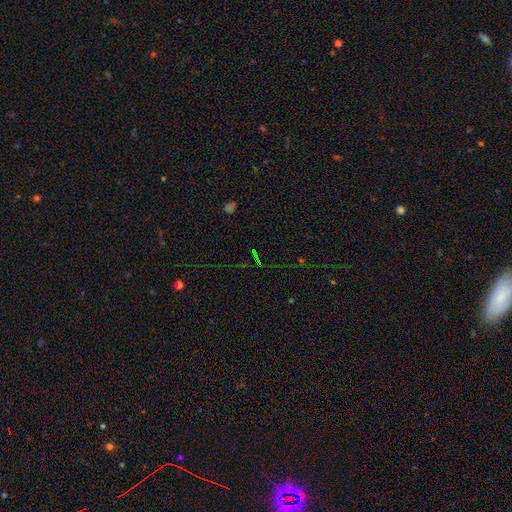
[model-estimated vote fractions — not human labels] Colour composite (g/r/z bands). It shows a star or artifact, not a galaxy (72%).